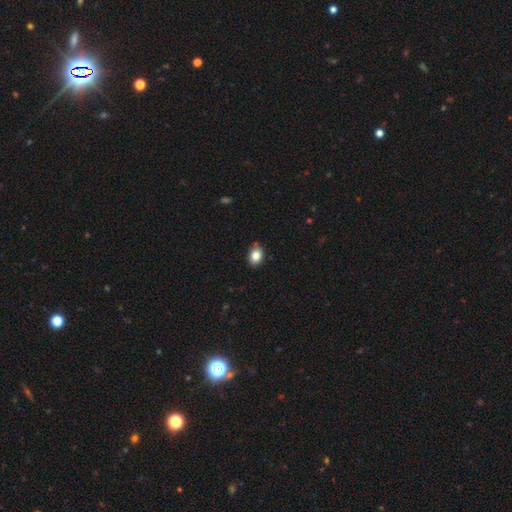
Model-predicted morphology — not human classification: This is clearly a smooth galaxy (83%). How rounded: likely in between (70%). Merging: clearly none (83%).